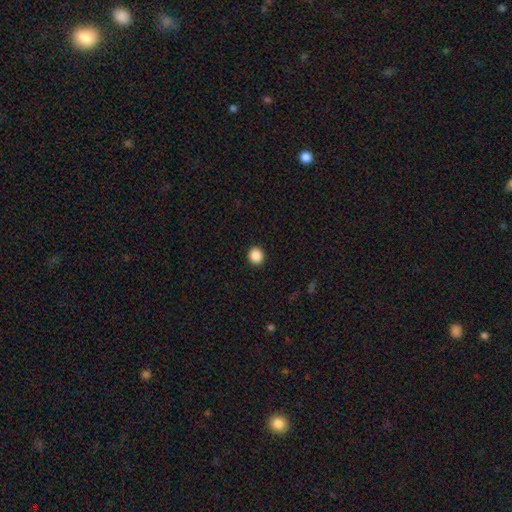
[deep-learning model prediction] A smooth galaxy with no disk features (88%) that is round (90%). Merging: none (93%).